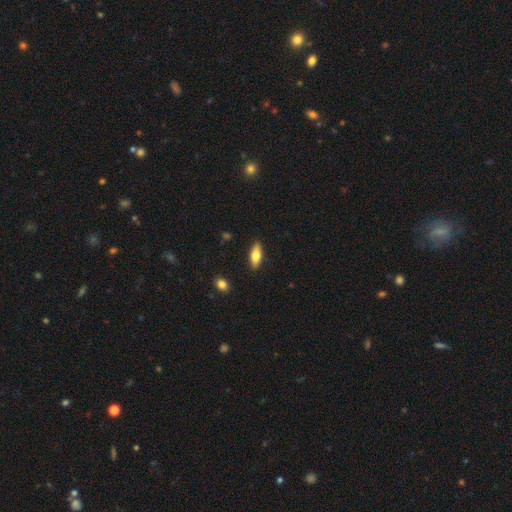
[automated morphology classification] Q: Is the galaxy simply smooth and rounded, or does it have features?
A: smooth — 70%.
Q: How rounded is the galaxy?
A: in between — 72%.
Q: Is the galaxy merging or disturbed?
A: none — 88%.